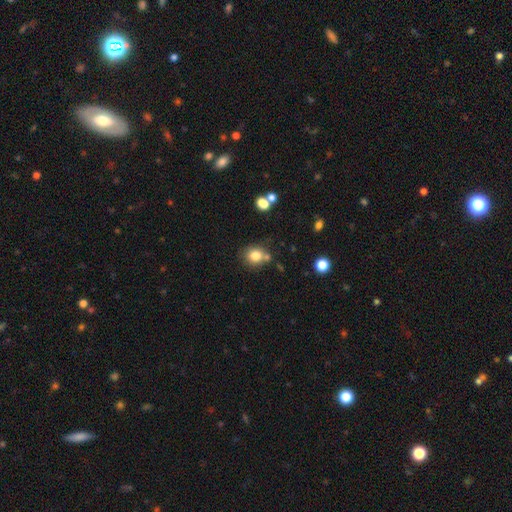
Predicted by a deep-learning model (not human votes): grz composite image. It shows a smooth galaxy with no disk features (80%) that is round (78%). Merging: none (67%).